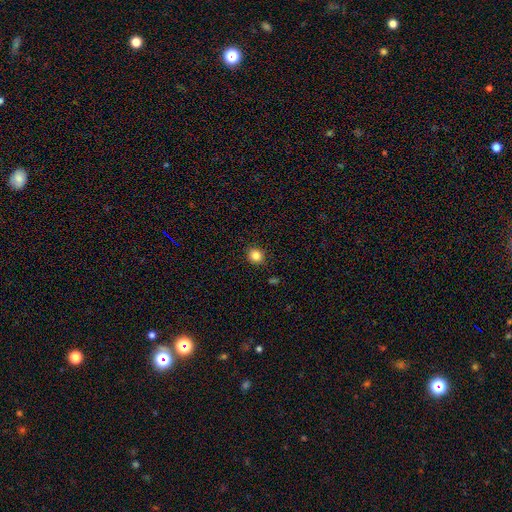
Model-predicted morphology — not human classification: smooth 85%, star or artifact 11%, featured or disk 4%. Down the decision tree: how rounded — round (85%); merging — none (90%).